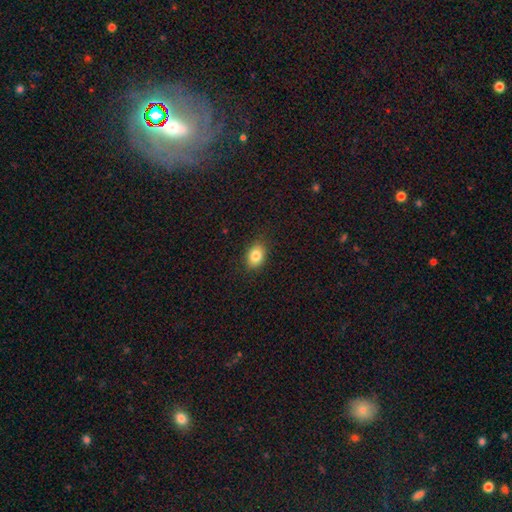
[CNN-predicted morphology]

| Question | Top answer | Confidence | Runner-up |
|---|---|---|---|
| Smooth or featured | smooth | 84% | star or artifact (9%) |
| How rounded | in between | 77% | round (21%) |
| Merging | none | 86% | minor disturbance (11%) |